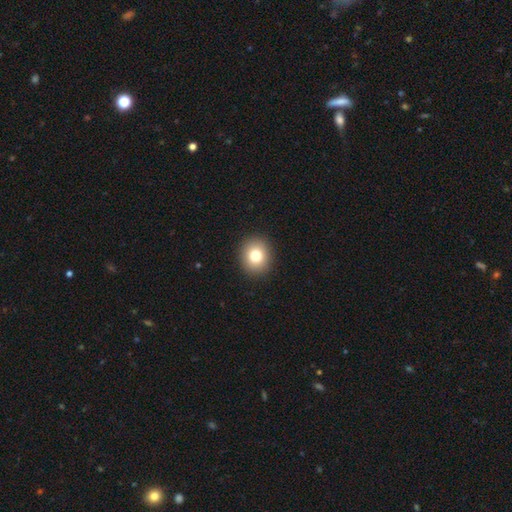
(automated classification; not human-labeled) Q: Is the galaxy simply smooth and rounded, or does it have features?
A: smooth — 80%.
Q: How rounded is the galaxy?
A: round — 74%.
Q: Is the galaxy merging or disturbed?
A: none — 92%.